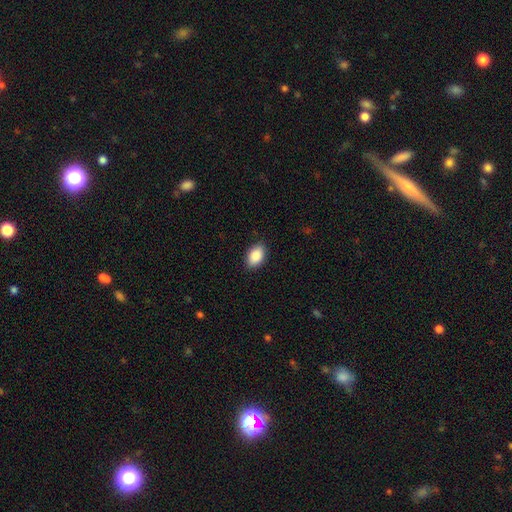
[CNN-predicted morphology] This appears to be a smooth galaxy with no disk features (88%) that is in between round and cigar-shaped (91%). Merging: none (88%).